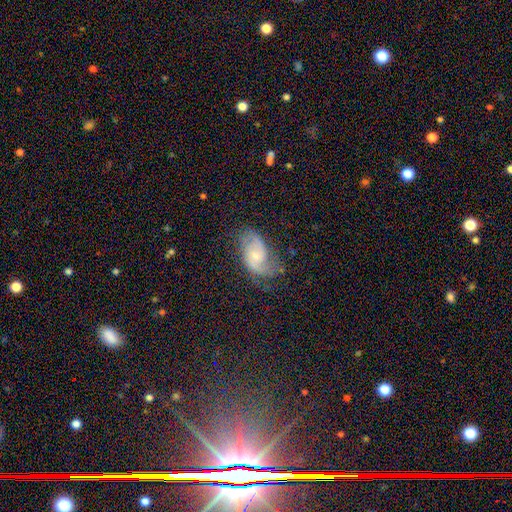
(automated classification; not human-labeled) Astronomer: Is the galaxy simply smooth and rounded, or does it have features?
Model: featured or disk — 77%.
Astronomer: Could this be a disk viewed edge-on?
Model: no — 97%.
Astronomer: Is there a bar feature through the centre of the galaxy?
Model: no — 58% (runner-up: weak, 36%).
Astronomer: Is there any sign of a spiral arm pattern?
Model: yes — 94%.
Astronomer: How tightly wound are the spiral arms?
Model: medium — 47% (runner-up: loose, 29%).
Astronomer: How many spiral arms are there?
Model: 2 — 79%.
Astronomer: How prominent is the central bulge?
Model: small — 58% (runner-up: moderate, 35%).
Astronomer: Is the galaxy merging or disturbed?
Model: none — 63%.